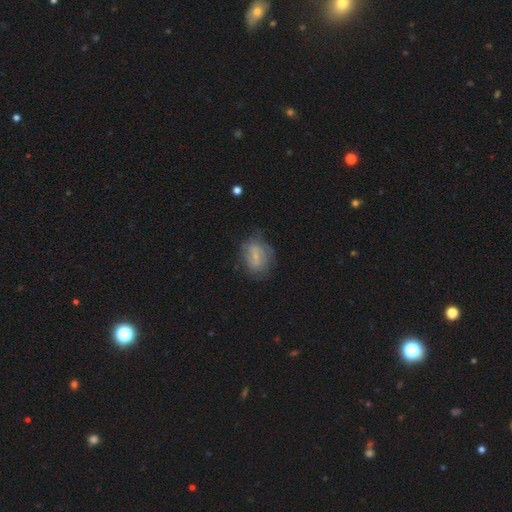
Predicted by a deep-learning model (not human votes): This appears to be a featured or disk galaxy (52%) with a weak bar (47%), spiral arms (67%) and a small central bulge (66%). Merging: none (59%).